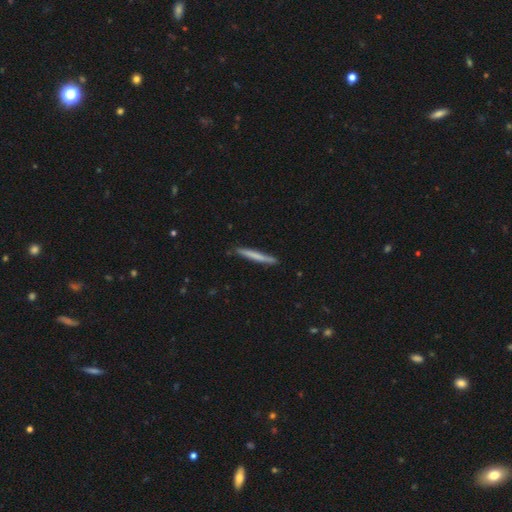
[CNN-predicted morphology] type=smooth (66%); roundness=cigar-shaped (97%); merging=none (88%).